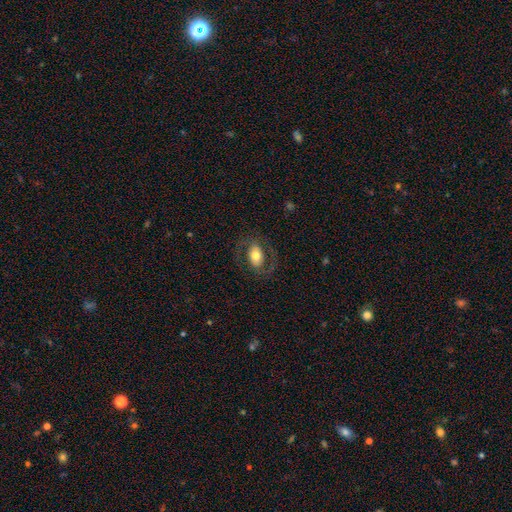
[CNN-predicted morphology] The model was most divided on "smooth or featured": smooth: 47%, featured or disk: 46%, star or artifact: 7%. More confident: merging — none (74%).